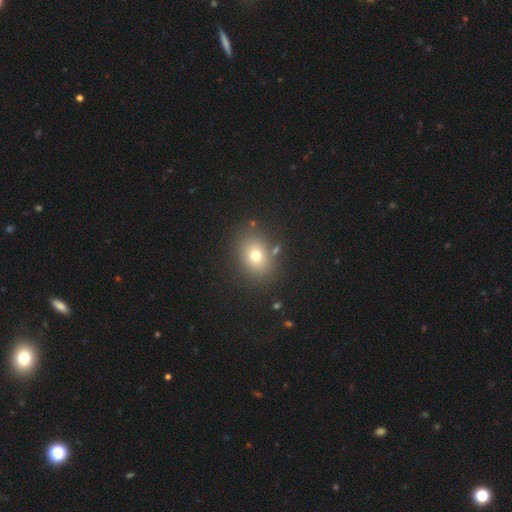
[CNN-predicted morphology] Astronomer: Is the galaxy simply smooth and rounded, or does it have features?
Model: smooth — 73%.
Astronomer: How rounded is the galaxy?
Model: in between — 56% (runner-up: round, 43%).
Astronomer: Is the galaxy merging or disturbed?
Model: none — 81%.